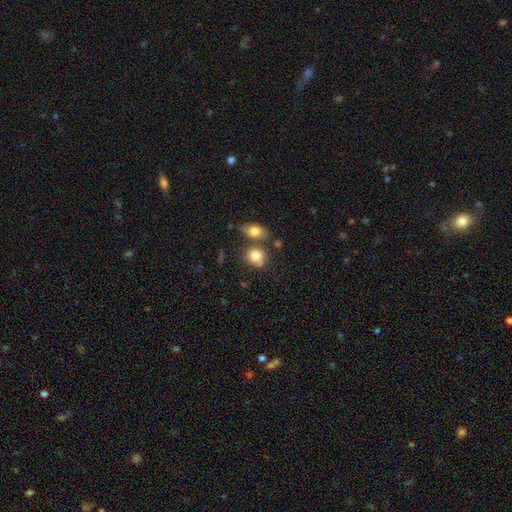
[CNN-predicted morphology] Smooth or featured? smooth (81%)
How rounded? round (60%)
Merging? none (53%)